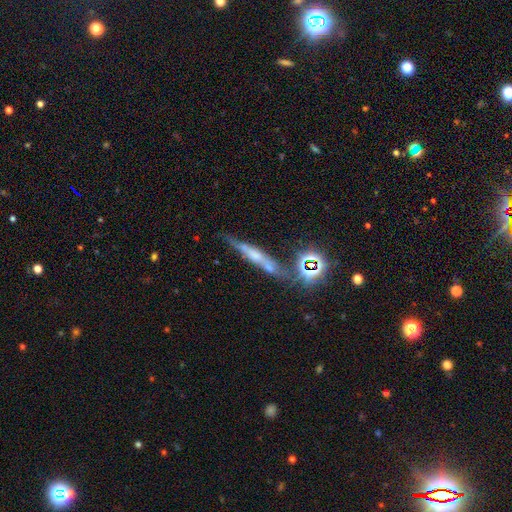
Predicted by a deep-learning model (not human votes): smooth-or-featured: featured or disk: 47% | smooth: 28% | star or artifact: 25%
  merging: none: 60% | minor disturbance: 17% | merger: 15% | major disturbance: 7%